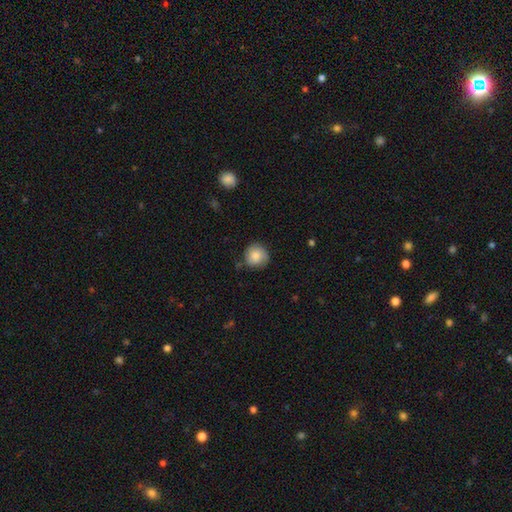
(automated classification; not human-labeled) Smooth or featured? Predicted: smooth (p=0.82). How rounded? Predicted: round (p=0.91). Merging? Predicted: none (p=0.74).